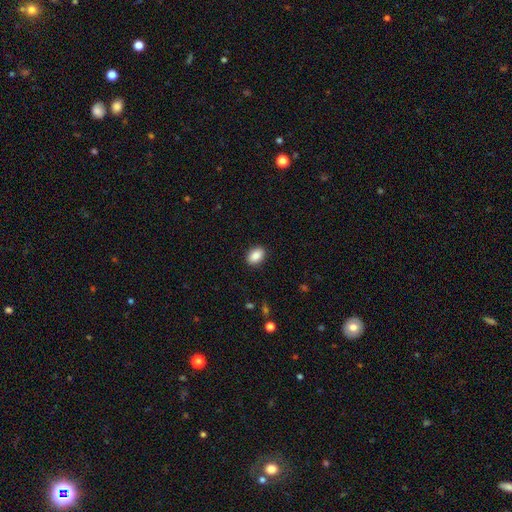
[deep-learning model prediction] Smooth or featured? smooth (88%)
How rounded? in between (83%)
Merging? none (90%)